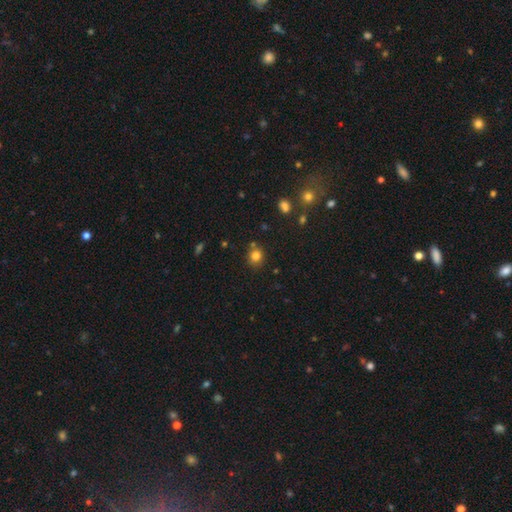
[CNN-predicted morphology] The model was most divided on "smooth or featured": smooth: 80%, star or artifact: 14%, featured or disk: 6%. More confident: how rounded — round (83%); merging — none (78%).